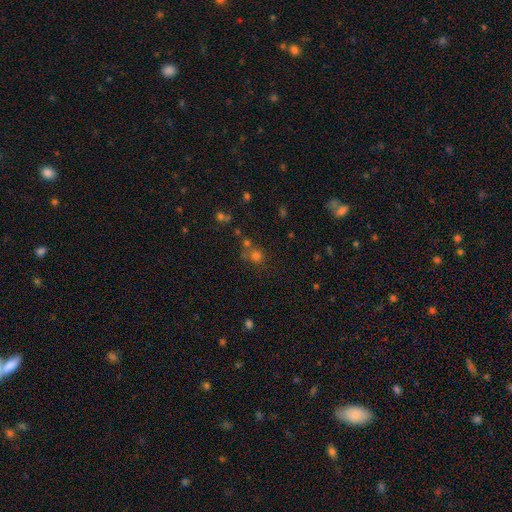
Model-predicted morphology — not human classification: Overall: smooth (62%; star or artifact 29%). How rounded: round (87%). Merging: none (62%).